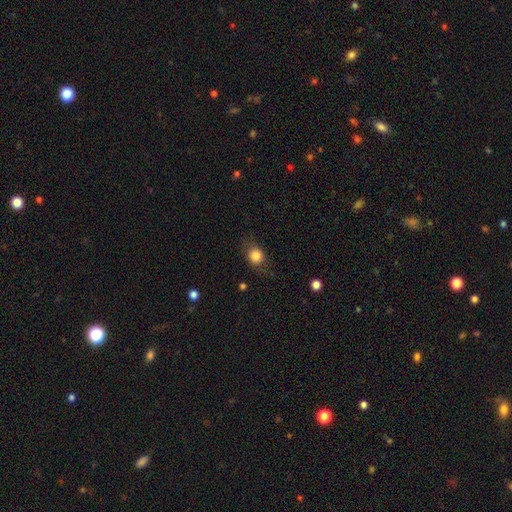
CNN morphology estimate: This appears to be a smooth galaxy with no disk features (80%) that is round (67%). Merging: none (71%).